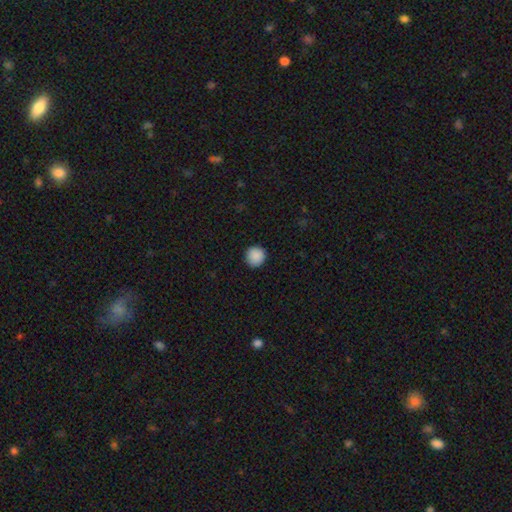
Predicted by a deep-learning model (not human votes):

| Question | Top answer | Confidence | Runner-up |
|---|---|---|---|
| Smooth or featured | smooth | 89% | star or artifact (8%) |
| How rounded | round | 94% | in between (5%) |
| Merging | none | 91% | minor disturbance (6%) |